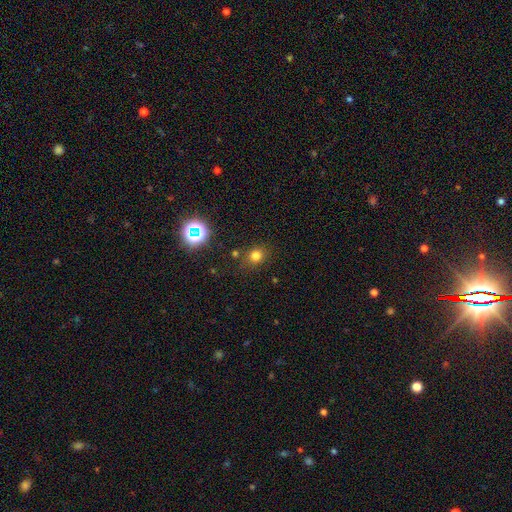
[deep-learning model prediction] The model was most divided on "smooth or featured": smooth: 73%, star or artifact: 20%, featured or disk: 7%. More confident: merging — none (79%); how rounded — round (77%).